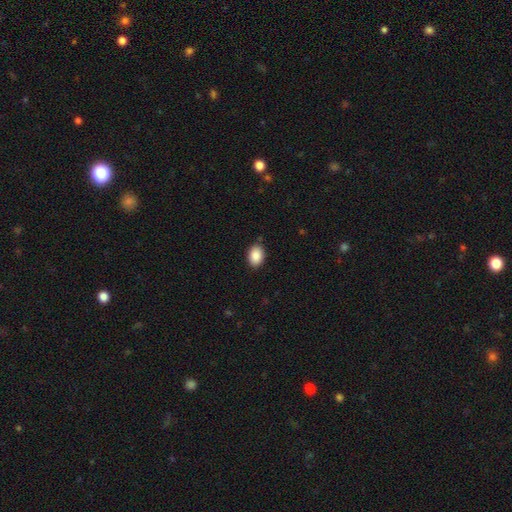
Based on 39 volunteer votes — smooth 92%, star or artifact 8%, featured or disk 0%. Down the decision tree: how rounded — in between (89%); merging — none (92%).